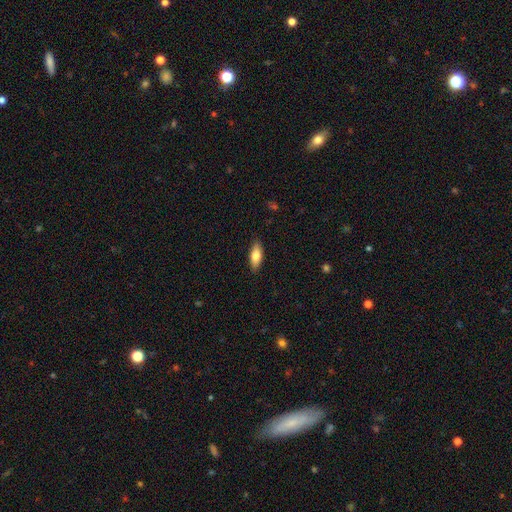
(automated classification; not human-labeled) Overall: smooth (78%). How rounded: in between (74%). Merging: none (87%).